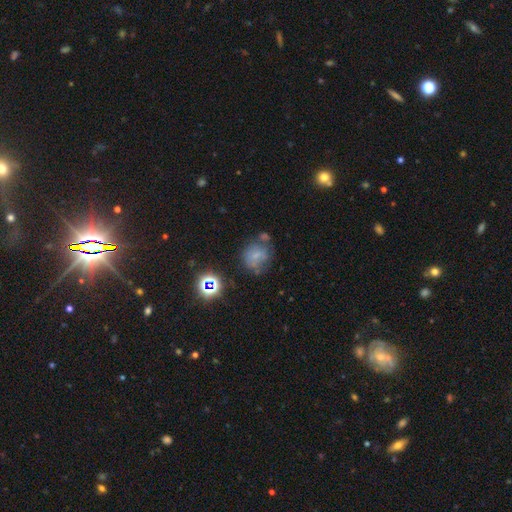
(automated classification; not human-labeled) A smooth galaxy with no disk features (57%) that is round (74%).

Vote fractions:
- Smooth or featured? smooth: 57% / featured or disk: 22% / star or artifact: 21%
- How rounded? round: 74% / in between: 25% / cigar-shaped: 1%
- Merging? none: 49% / minor disturbance: 22% / merger: 16% / major disturbance: 13%